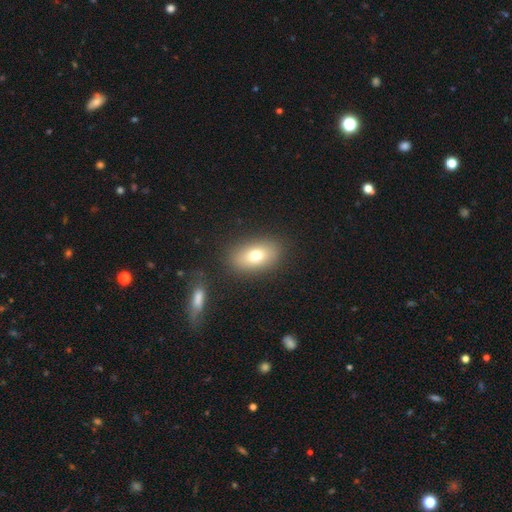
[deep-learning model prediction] Q: Smooth or featured?
A: smooth (73%); runner-up: featured or disk (17%)
Q: How rounded?
A: in between (85%); runner-up: round (13%)
Q: Merging?
A: none (84%); runner-up: minor disturbance (9%)